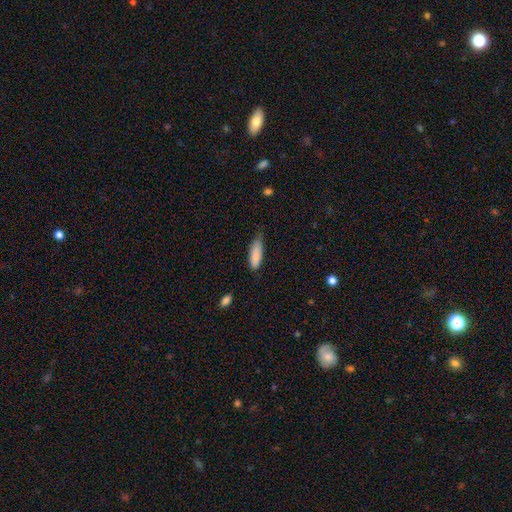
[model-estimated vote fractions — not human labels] Morphology: type=smooth (86%); roundness=in between (61%); merging=none (48%).